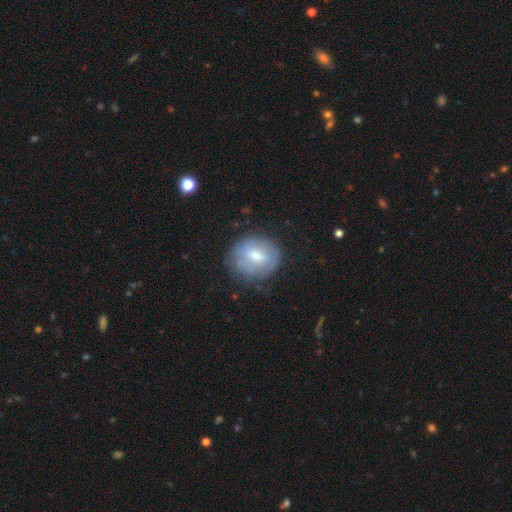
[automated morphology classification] Smooth or featured? smooth (56%)
How rounded? round (72%)
Merging? none (67%)